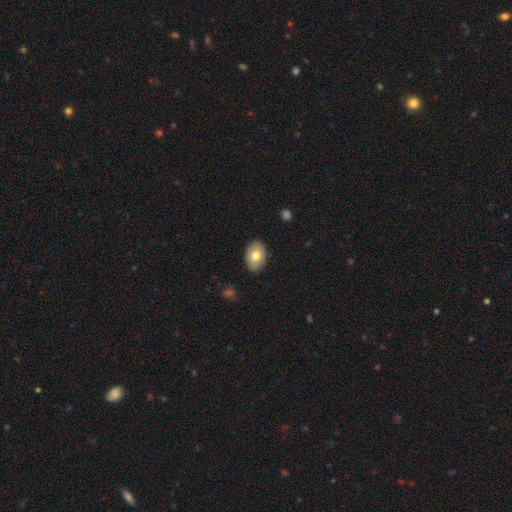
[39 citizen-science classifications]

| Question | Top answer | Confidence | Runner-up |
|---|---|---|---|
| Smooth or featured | smooth | 77% | featured or disk (23%) |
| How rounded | in between | 90% | round (10%) |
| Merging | none | 92% | minor disturbance (5%) |